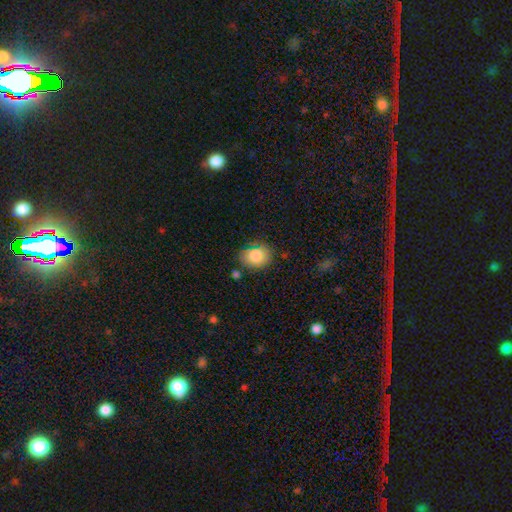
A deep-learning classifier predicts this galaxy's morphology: smooth-or-featured: smooth: 84% | featured or disk: 8% | star or artifact: 8%
  how-rounded: in between: 54% | round: 45% | cigar-shaped: 1%
  merging: none: 77% | minor disturbance: 15% | merger: 4% | major disturbance: 4%